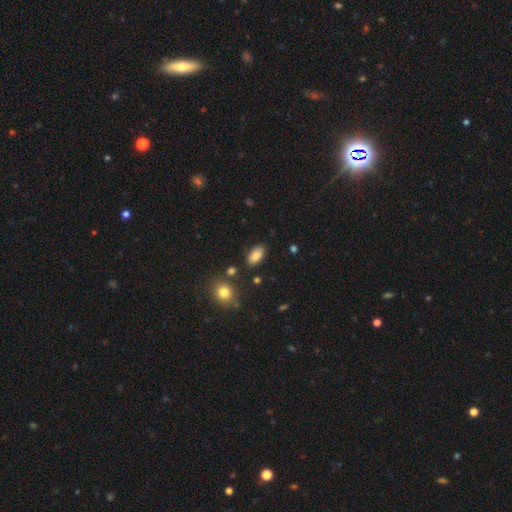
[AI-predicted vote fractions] This appears to be a smooth galaxy with no disk features (84%) that is in between round and cigar-shaped (92%). Merging: none (84%).